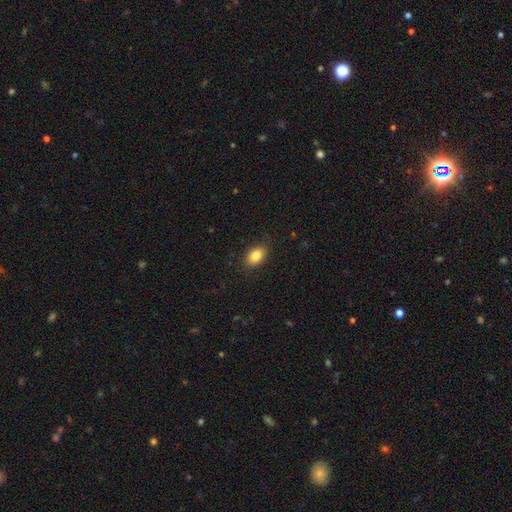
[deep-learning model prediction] smooth-or-featured: smooth: 86% | star or artifact: 9% | featured or disk: 6%
  how-rounded: in between: 84% | round: 15% | cigar-shaped: 1%
  merging: none: 87% | minor disturbance: 9% | major disturbance: 2% | merger: 1%